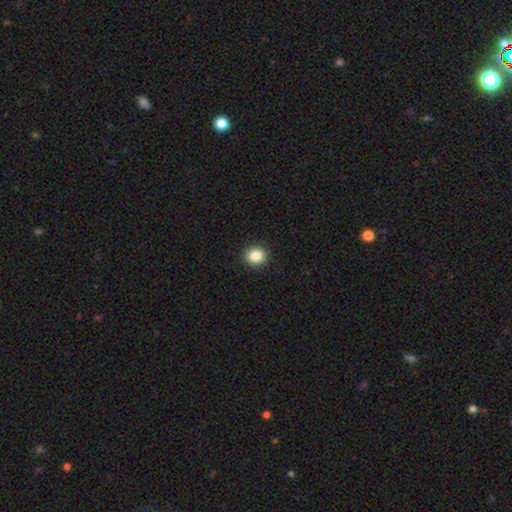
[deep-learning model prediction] Smooth or featured? Predicted: smooth (p=0.86). How rounded? Predicted: round (p=0.71). Merging? Predicted: none (p=0.91).